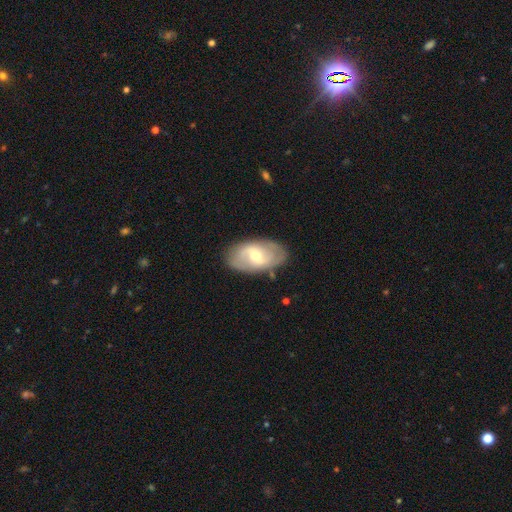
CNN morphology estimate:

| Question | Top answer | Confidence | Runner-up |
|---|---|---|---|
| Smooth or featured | featured or disk | 60% | smooth (34%) |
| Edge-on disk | no | 92% | yes (8%) |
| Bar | weak | 51% | no (26%) |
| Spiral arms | yes | 64% | no (36%) |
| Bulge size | moderate | 61% | small (33%) |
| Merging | none | 81% | minor disturbance (13%) |